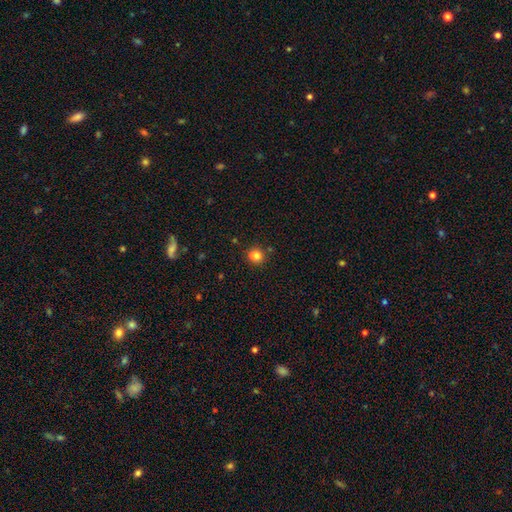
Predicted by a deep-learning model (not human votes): Smooth or featured: smooth — 81% (star or artifact — 13%)
How rounded: round — 75% (in between — 24%)
Merging: none — 72% (minor disturbance — 14%)